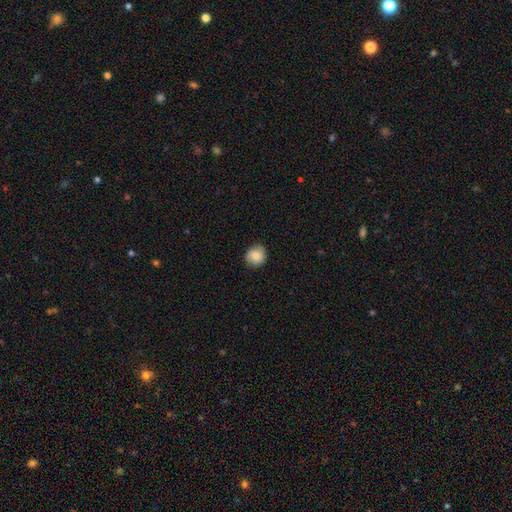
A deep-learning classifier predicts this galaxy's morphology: smooth-or-featured: smooth: 80% | featured or disk: 12% | star or artifact: 8%
  how-rounded: round: 84% | in between: 15% | cigar-shaped: 1%
  merging: none: 83% | minor disturbance: 13% | major disturbance: 3% | merger: 1%